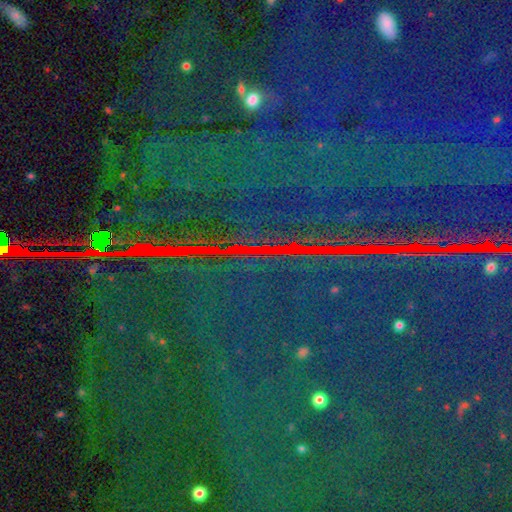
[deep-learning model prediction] smooth_or_featured: star or artifact (p=0.88) [alt: featured or disk p=0.06]